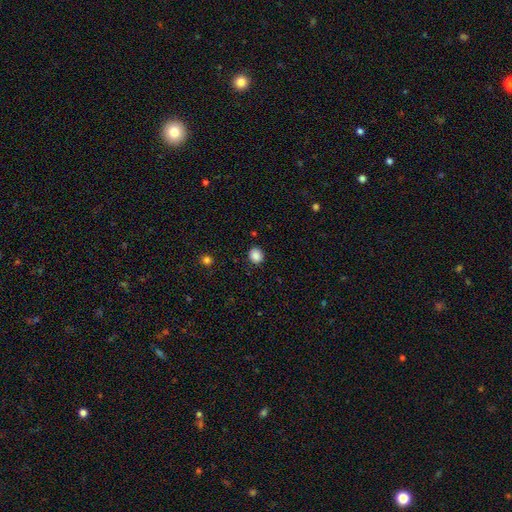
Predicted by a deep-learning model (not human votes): Overall: smooth (87%). How rounded: round (75%). Merging: none (88%).